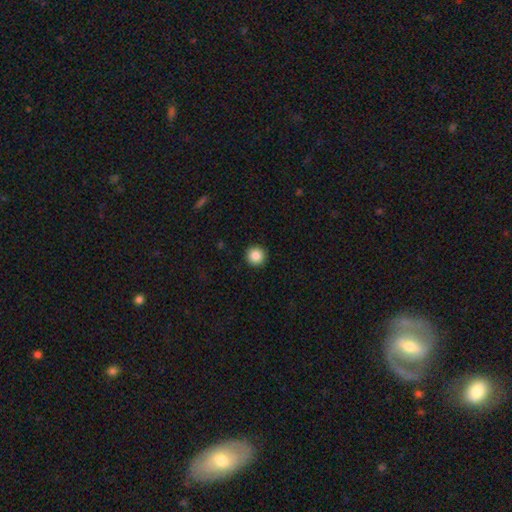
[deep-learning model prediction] smooth_or_featured: smooth (p=0.87) [alt: star or artifact p=0.09]
how_rounded: round (p=0.96) [alt: in between p=0.03]
merging: none (p=0.93) [alt: minor disturbance p=0.05]